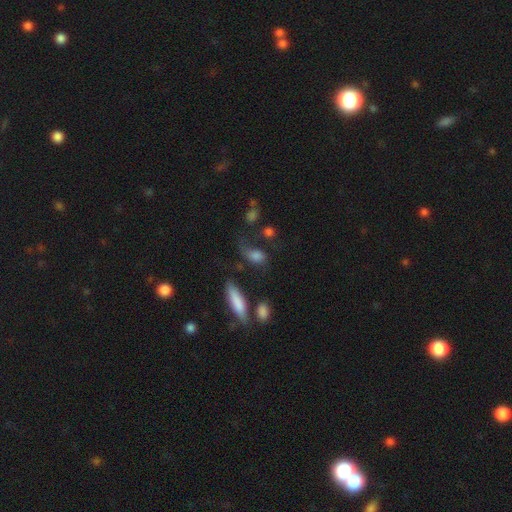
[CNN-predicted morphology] The model was most divided on "merging": none: 39%, major disturbance: 29%, minor disturbance: 23%, merger: 10%. More confident: how rounded — in between (74%); smooth or featured — smooth (68%).